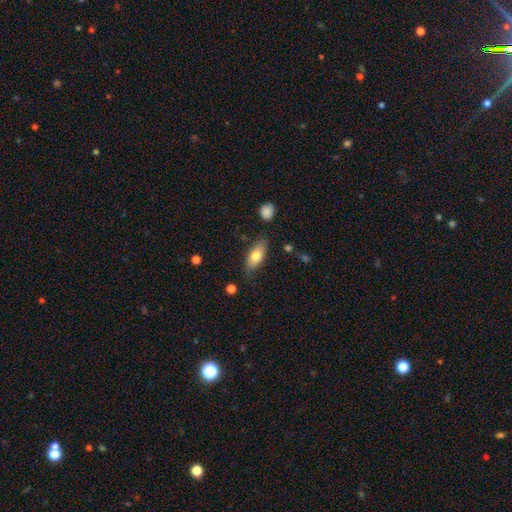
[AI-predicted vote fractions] Morphology: type=smooth (72%); roundness=in between (82%); merging=none (77%).